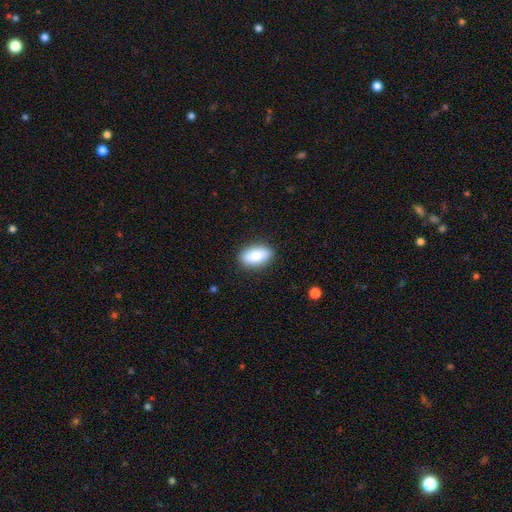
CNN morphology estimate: Smooth or featured?
  - smooth: 83% *
  - featured or disk: 11%
  - star or artifact: 7%
How rounded?
  - in between: 89% *
  - cigar-shaped: 6%
  - round: 5%
Merging?
  - none: 88% *
  - minor disturbance: 9%
  - major disturbance: 2%
  - merger: 1%